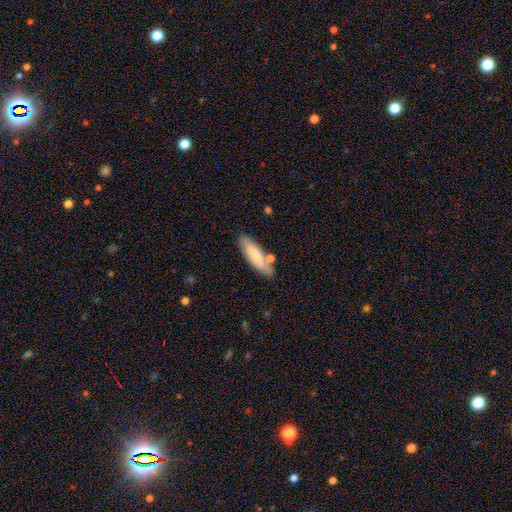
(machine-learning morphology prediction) Overall: smooth (73%). How rounded: cigar-shaped (59%; in between 39%). Merging: none (72%).